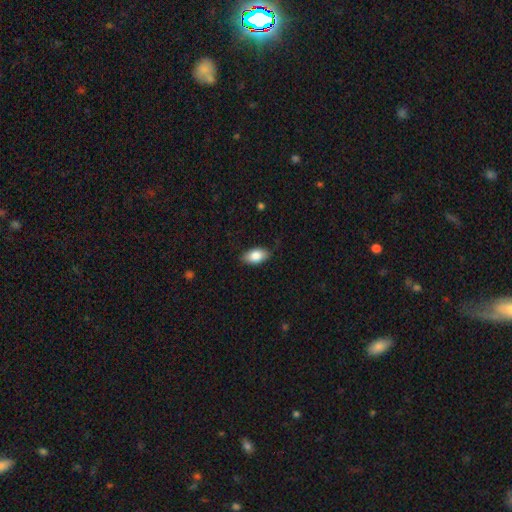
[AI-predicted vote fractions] smooth_or_featured: smooth (p=0.83) [alt: featured or disk p=0.10]
how_rounded: in between (p=0.92) [alt: round p=0.05]
merging: none (p=0.82) [alt: minor disturbance p=0.14]